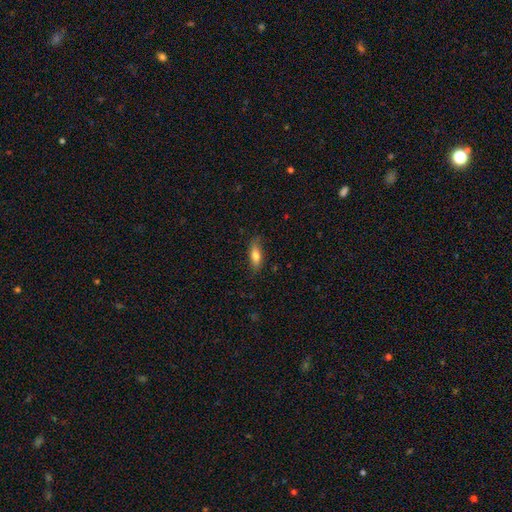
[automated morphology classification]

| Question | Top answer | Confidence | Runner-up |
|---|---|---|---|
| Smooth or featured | smooth | 73% | featured or disk (20%) |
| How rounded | in between | 66% | cigar-shaped (31%) |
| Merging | none | 76% | minor disturbance (19%) |